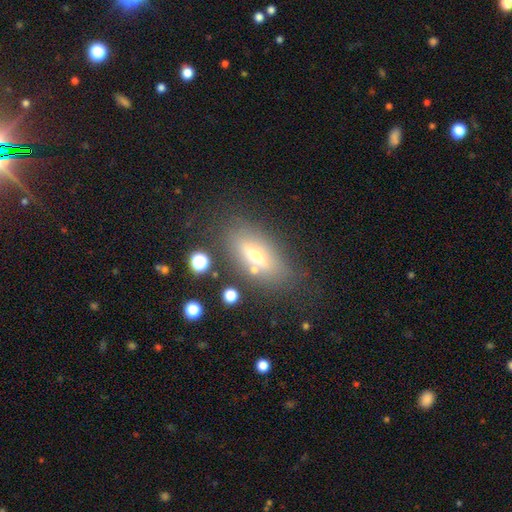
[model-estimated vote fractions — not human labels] Morphology: type=smooth (45%); merging=none (71%).